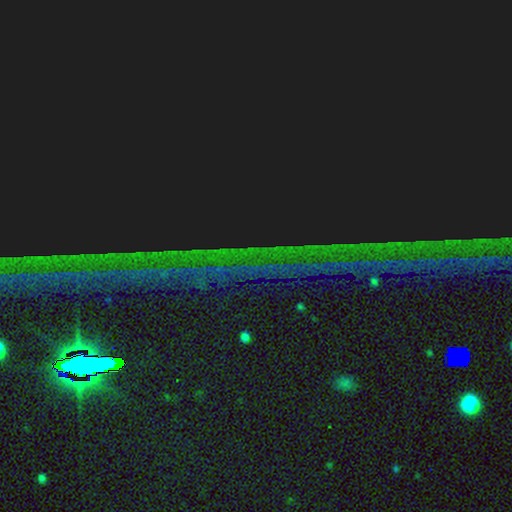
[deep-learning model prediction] Overall: star or artifact (88%).